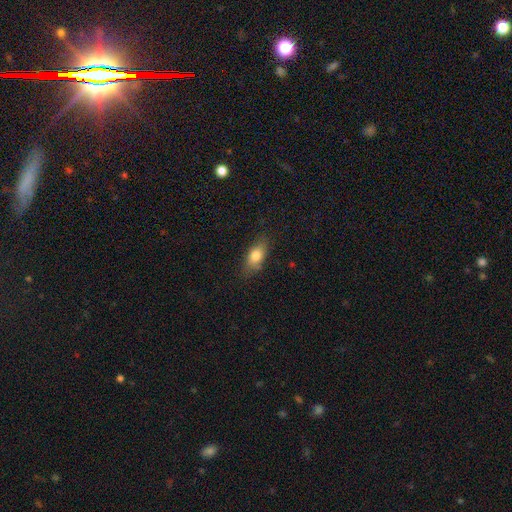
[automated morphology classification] Overall: smooth (79%). How rounded: in between (83%). Merging: none (75%).